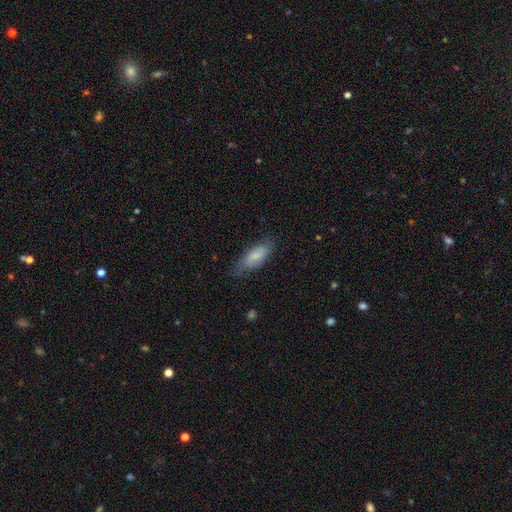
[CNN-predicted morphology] Smooth or featured? Predicted: smooth (p=0.72). How rounded? Predicted: in between (p=0.76). Merging? Predicted: none (p=0.68).